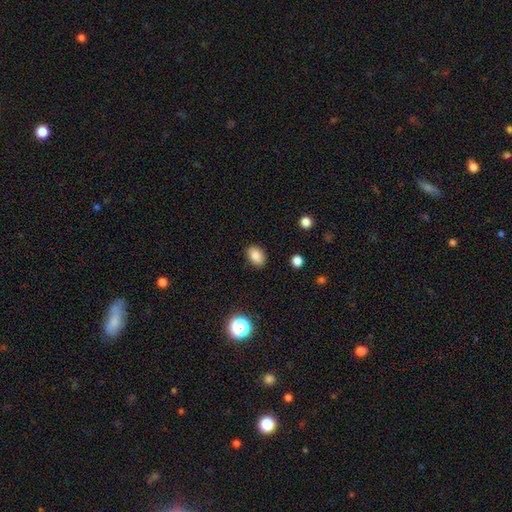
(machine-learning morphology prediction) smooth 84%, star or artifact 10%, featured or disk 6%. Down the decision tree: how rounded — in between (79%); merging — none (85%).